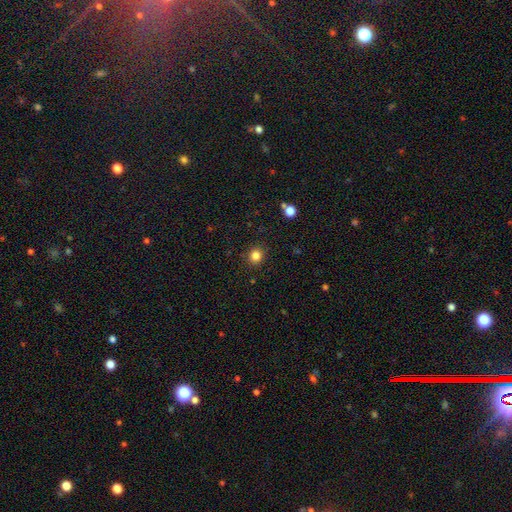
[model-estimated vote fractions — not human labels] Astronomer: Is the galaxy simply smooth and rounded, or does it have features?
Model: smooth — 83%.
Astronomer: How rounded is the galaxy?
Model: round — 85%.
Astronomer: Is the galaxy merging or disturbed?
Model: none — 90%.